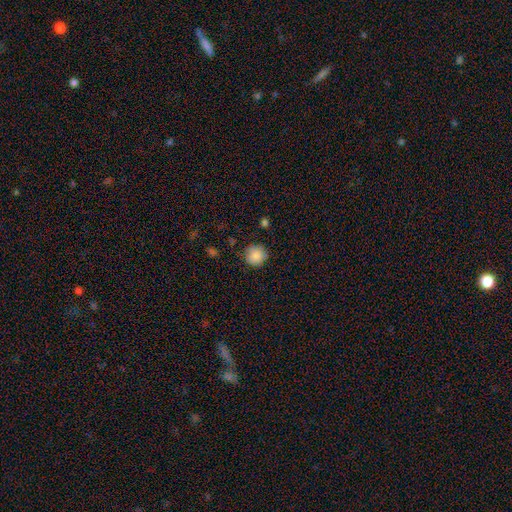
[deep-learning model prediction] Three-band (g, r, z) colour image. It shows a smooth galaxy with no disk features (86%) that is round (93%). Merging: none (83%).